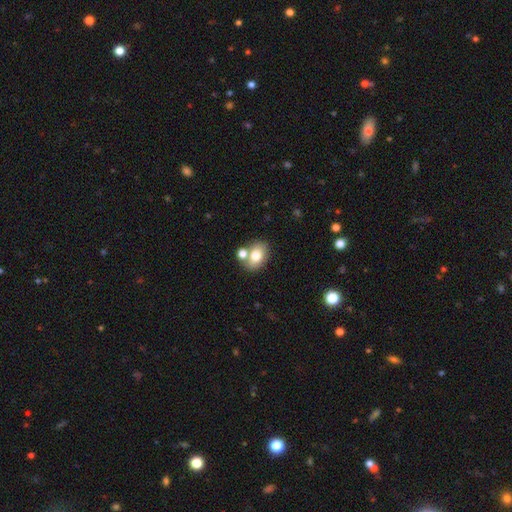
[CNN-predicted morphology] A smooth galaxy with no disk features (74%) that is in between round and cigar-shaped (70%). Merging: none (61%).